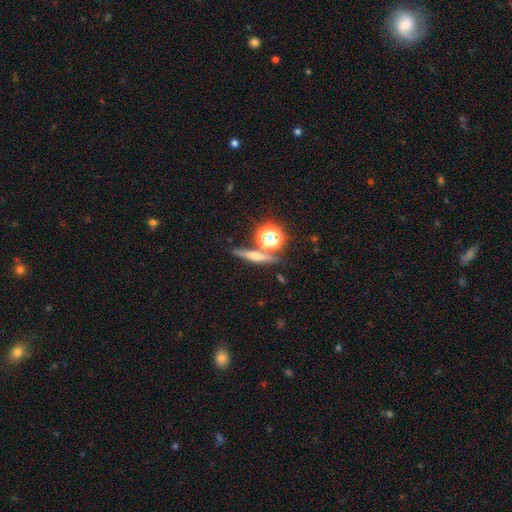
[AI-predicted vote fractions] A smooth galaxy with no disk features (41%). Merging: none (75%).